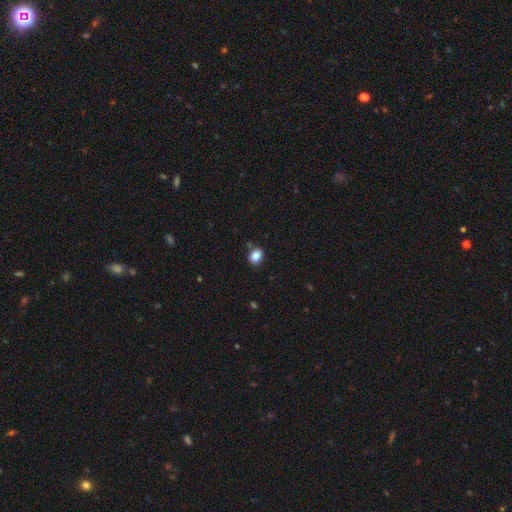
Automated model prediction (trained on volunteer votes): Overall: smooth (85%). How rounded: in between (64%; round 35%). Merging: none (78%).